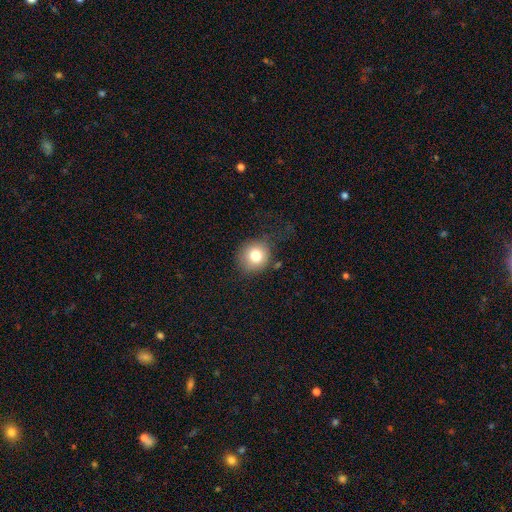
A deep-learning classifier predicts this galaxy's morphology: Smooth or featured? smooth (79%)
How rounded? round (86%)
Merging? none (69%)